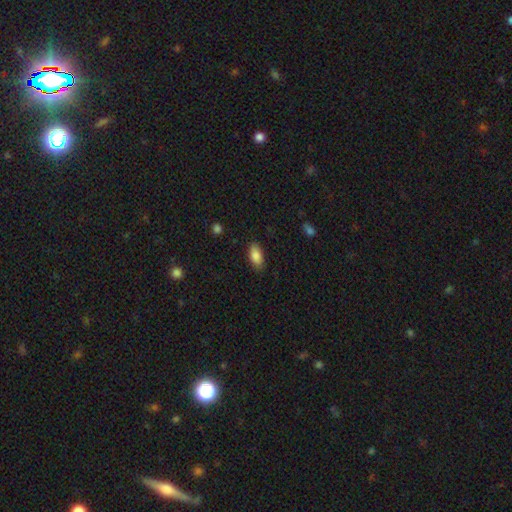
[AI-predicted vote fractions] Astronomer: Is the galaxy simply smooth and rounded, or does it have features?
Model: smooth — 86%.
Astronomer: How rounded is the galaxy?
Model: in between — 89%.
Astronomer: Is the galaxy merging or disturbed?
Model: none — 86%.